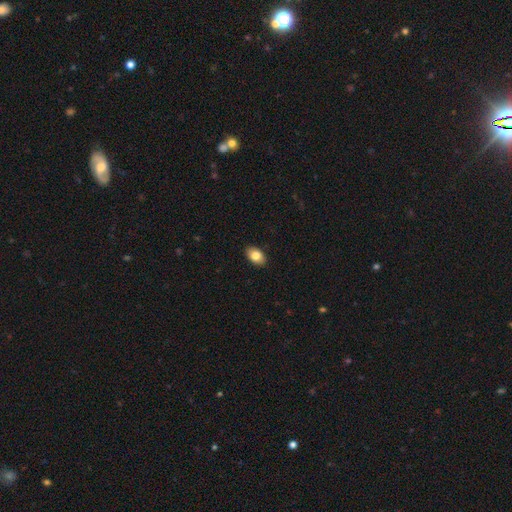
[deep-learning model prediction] Smooth or featured? Predicted: smooth (p=0.83). How rounded? Predicted: in between (p=0.90). Merging? Predicted: none (p=0.90).